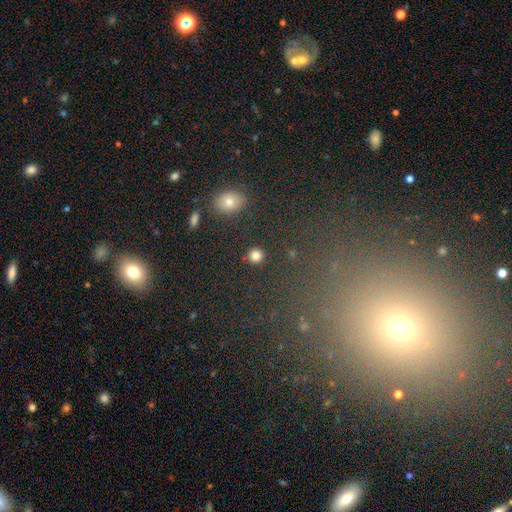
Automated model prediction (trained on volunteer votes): Smooth or featured: smooth — 83% (star or artifact — 13%)
How rounded: round — 92% (in between — 7%)
Merging: none — 90% (minor disturbance — 6%)